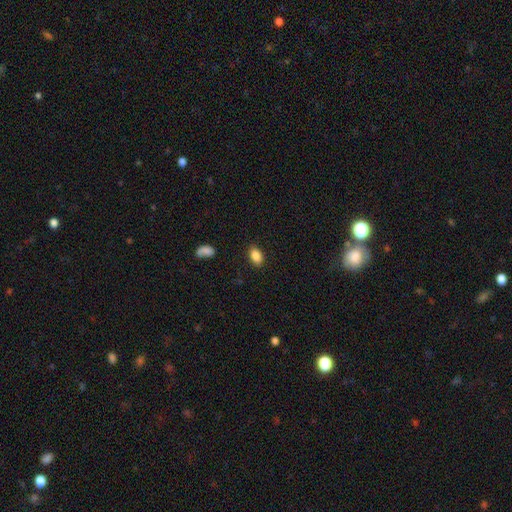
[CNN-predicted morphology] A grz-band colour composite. It shows a smooth galaxy with no disk features (87%) that is in between round and cigar-shaped (88%). Merging: none (86%).